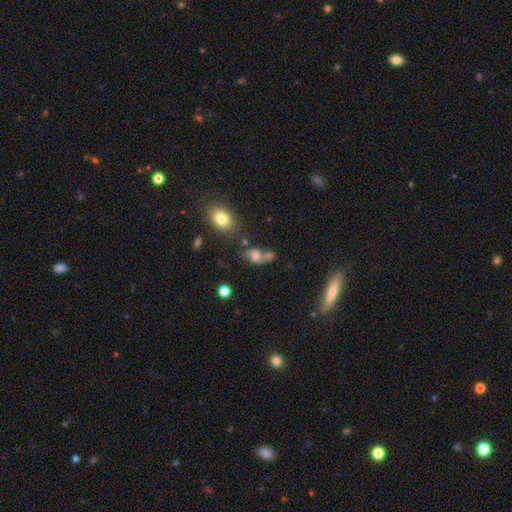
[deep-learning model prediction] Smooth or featured? smooth (49%)
Merging? none (34%)